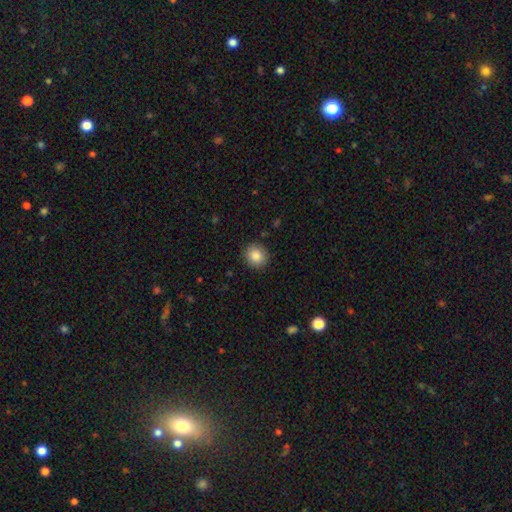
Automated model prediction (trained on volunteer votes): Smooth or featured: smooth — 86% (star or artifact — 9%)
How rounded: round — 81% (in between — 18%)
Merging: none — 90% (minor disturbance — 7%)